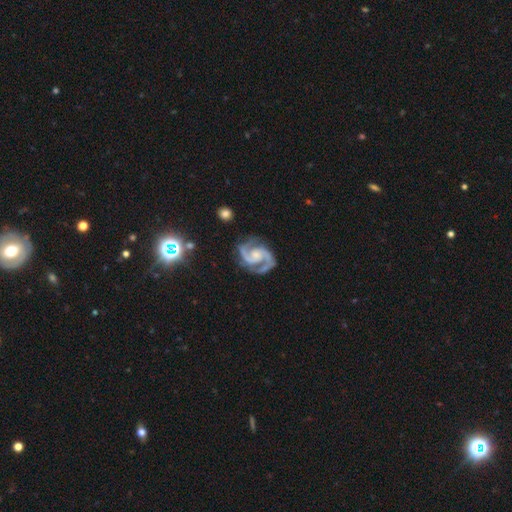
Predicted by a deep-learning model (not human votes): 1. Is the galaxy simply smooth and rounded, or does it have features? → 94% featured or disk, 4% star or artifact, 3% smooth.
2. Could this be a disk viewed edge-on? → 98% no, 2% yes.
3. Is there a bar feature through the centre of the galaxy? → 57% no, 34% weak, 9% strong.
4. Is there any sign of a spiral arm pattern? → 99% yes, 1% no.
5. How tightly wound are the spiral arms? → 61% medium, 29% tight, 10% loose.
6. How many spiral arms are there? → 91% 2, 4% 3, 2% can't tell, 1% 1, 1% 4, 1% more than 4.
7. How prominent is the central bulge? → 39% small, 38% moderate, 16% none, 5% large, 1% dominant.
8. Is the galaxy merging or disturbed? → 76% none, 16% minor disturbance, 6% major disturbance, 2% merger.